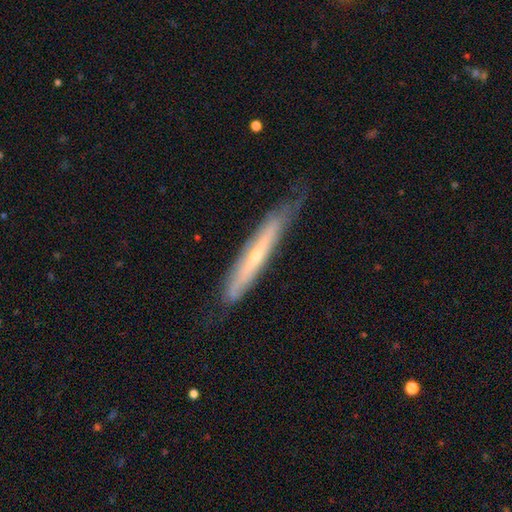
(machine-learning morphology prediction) A featured or disk galaxy (65%) viewed edge-on (78%) with a rounded central bulge (61%).

Vote fractions:
- Smooth or featured? featured or disk: 65% / smooth: 28% / star or artifact: 7%
- Edge-on disk? yes: 78% / no: 22%
- Edge-on bulge? rounded: 61% / none: 36% / boxy: 3%
- Merging? none: 66% / minor disturbance: 26% / major disturbance: 7% / merger: 1%